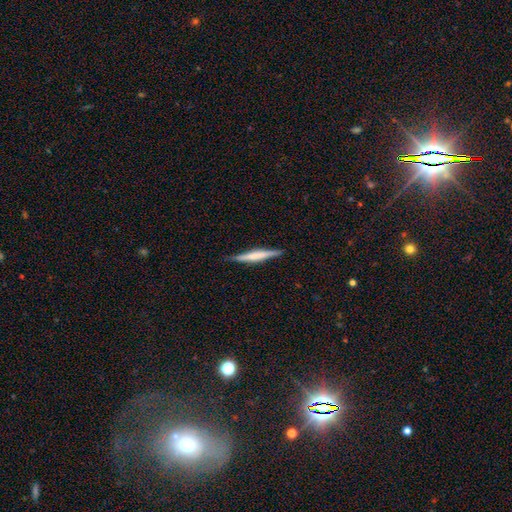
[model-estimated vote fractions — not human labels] Smooth or featured? featured or disk (55%)
Edge-on disk? yes (97%)
Edge-on bulge? none (38%)
Merging? none (88%)